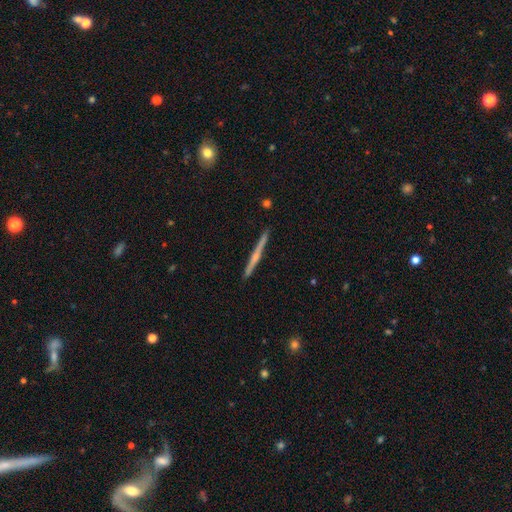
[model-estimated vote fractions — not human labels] Smooth or featured? featured or disk (70%)
Edge-on disk? yes (98%)
Edge-on bulge? rounded (61%)
Merging? none (92%)